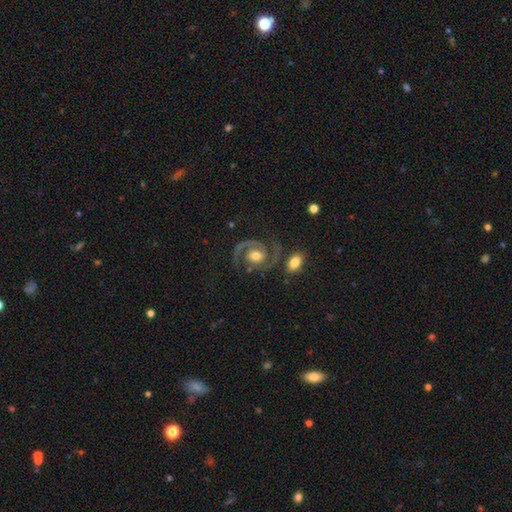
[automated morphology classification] smooth-or-featured: featured or disk: 90% | star or artifact: 5% | smooth: 5%
  disk-edge-on: no: 98% | yes: 2%
    bar: no: 55% | weak: 32% | strong: 12%
    has-spiral-arms: yes: 98% | no: 2%
      spiral-winding: medium: 58% | tight: 31% | loose: 11%
      spiral-arm-count: 2: 93% | 1: 2% | can't tell: 2% | 3: 1% | 4: 1% | more than 4: 1%
    bulge-size: moderate: 68% | small: 15% | large: 14% | none: 2% | dominant: 1%
  merging: none: 75% | minor disturbance: 13% | major disturbance: 6% | merger: 5%